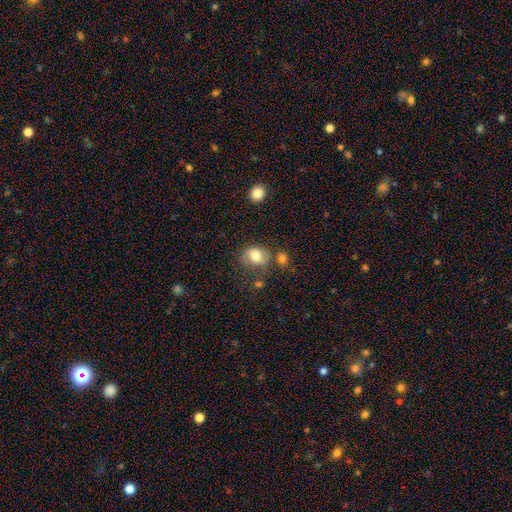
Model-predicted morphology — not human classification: smooth-or-featured: smooth: 77% | featured or disk: 14% | star or artifact: 9%
  how-rounded: round: 51% | in between: 48% | cigar-shaped: 1%
  merging: none: 59% | minor disturbance: 23% | merger: 9% | major disturbance: 9%